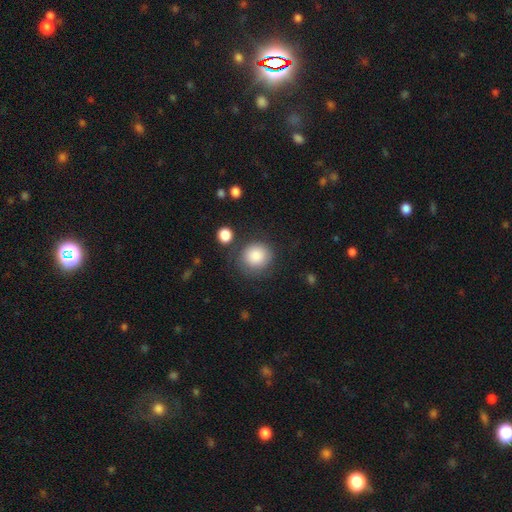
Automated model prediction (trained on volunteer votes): The model was most divided on "merging": none: 75%, minor disturbance: 14%, major disturbance: 6%, merger: 4%. More confident: how rounded — round (88%); smooth or featured — smooth (86%).